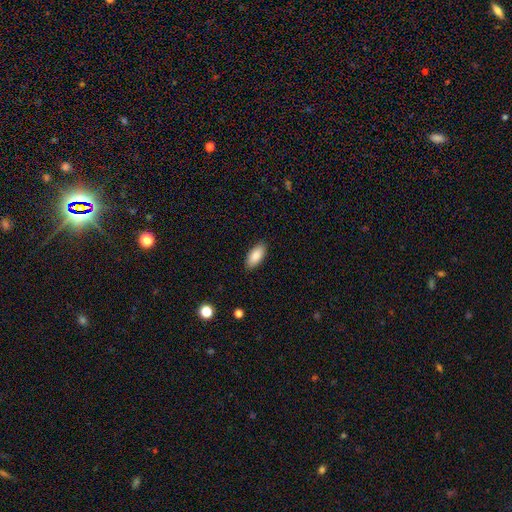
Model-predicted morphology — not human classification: Smooth or featured? smooth (88%)
How rounded? in between (90%)
Merging? none (87%)